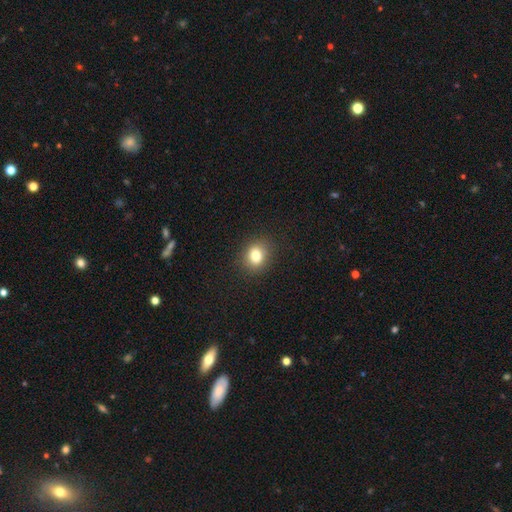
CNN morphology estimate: smooth_or_featured: smooth (p=0.81) [alt: star or artifact p=0.11]
how_rounded: round (p=0.58) [alt: in between p=0.41]
merging: none (p=0.87) [alt: minor disturbance p=0.10]